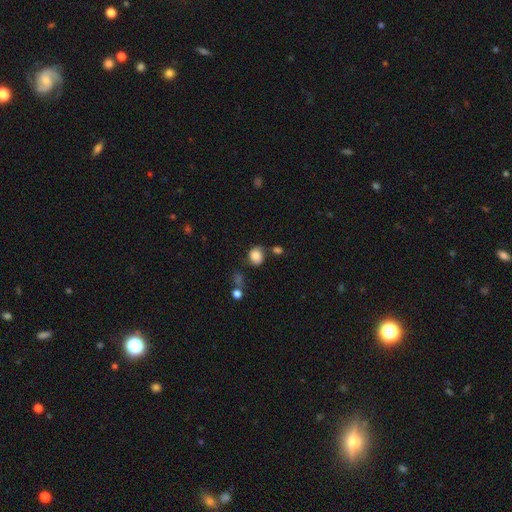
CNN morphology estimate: Overall: smooth (84%). How rounded: round (66%; in between 33%). Merging: none (65%).